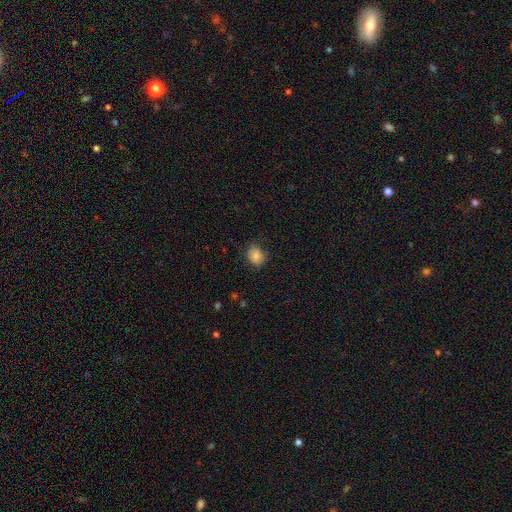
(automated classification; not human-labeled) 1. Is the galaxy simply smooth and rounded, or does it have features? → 84% smooth, 9% star or artifact, 7% featured or disk.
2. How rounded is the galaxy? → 52% round, 47% in between, 1% cigar-shaped.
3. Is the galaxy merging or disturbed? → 75% none, 19% minor disturbance, 5% major disturbance, 1% merger.